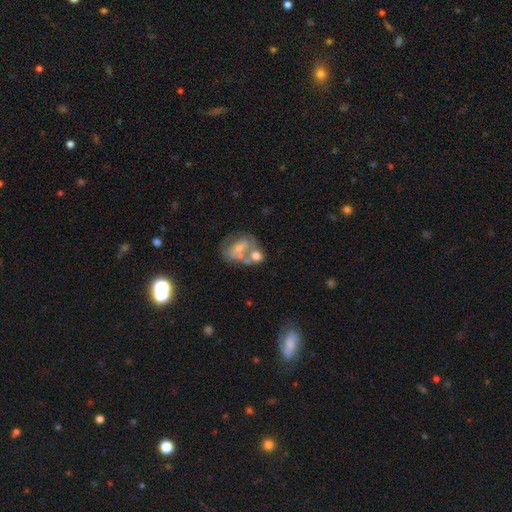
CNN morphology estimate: A smooth galaxy with no disk features (45%). Merging: merger (46%).